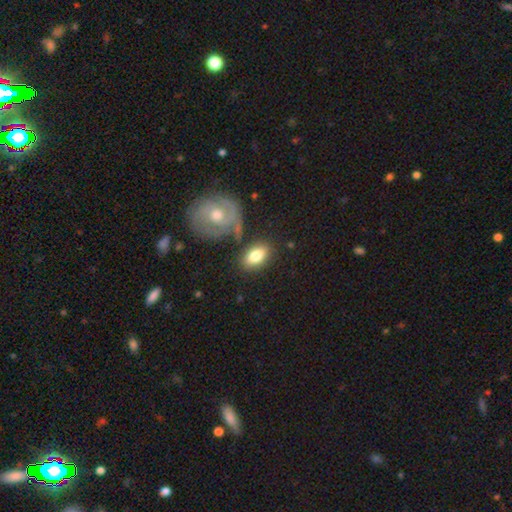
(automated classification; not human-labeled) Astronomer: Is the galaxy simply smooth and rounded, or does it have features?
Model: smooth — 76%.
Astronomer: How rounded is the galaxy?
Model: in between — 87%.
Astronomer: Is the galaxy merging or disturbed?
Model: none — 71%.